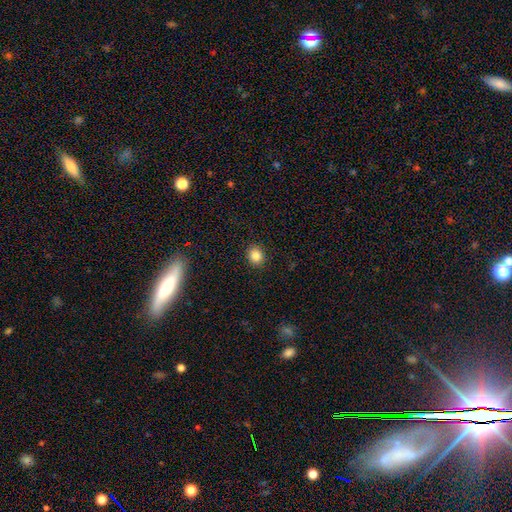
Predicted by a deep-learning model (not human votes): Overall: smooth (84%). How rounded: round (63%; in between 36%). Merging: none (90%).